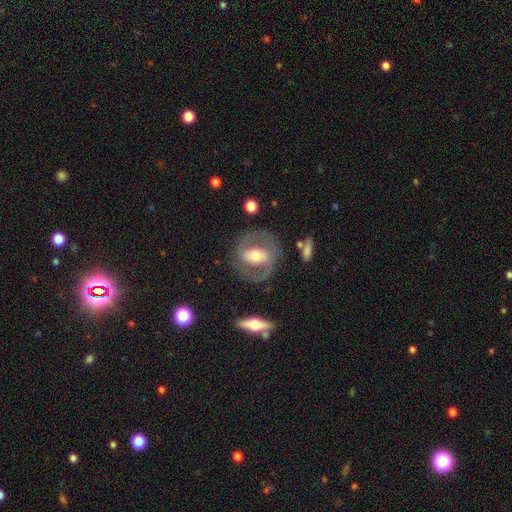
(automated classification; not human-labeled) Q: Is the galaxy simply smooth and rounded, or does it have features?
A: featured or disk — 69%.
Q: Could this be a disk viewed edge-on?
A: no — 93%.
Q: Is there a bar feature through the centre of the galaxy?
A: strong — 42%.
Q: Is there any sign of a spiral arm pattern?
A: yes — 57%.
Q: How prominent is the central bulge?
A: moderate — 66%.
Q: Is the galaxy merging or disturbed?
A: none — 76%.